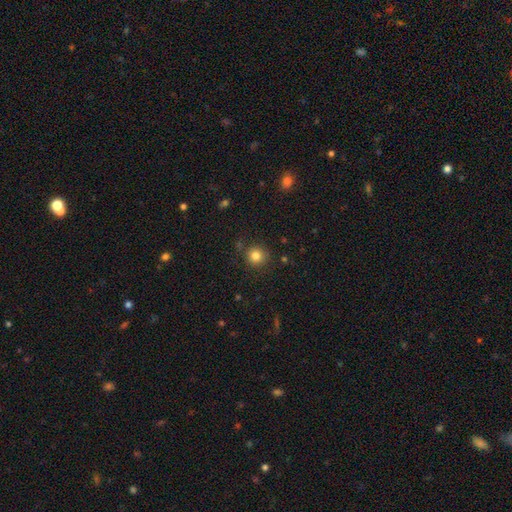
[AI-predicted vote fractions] Smooth or featured? Predicted: smooth (p=0.83). How rounded? Predicted: round (p=0.93). Merging? Predicted: none (p=0.86).